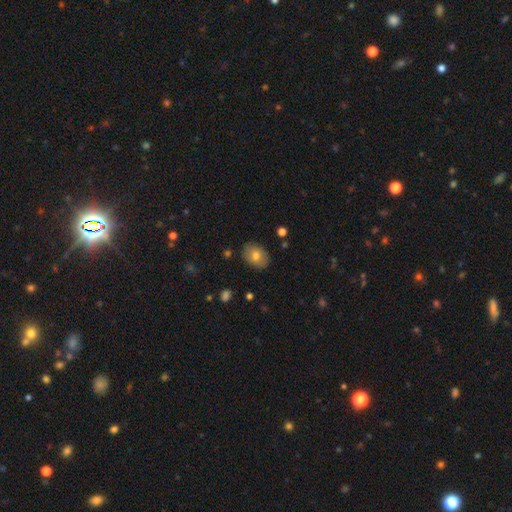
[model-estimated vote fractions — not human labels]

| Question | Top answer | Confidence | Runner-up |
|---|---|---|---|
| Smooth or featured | smooth | 73% | featured or disk (19%) |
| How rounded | in between | 65% | round (34%) |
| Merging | none | 85% | minor disturbance (12%) |